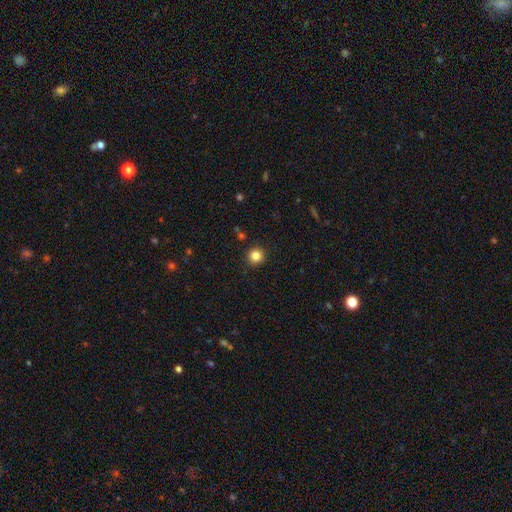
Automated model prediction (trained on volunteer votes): Smooth or featured? smooth (84%)
How rounded? round (94%)
Merging? none (92%)